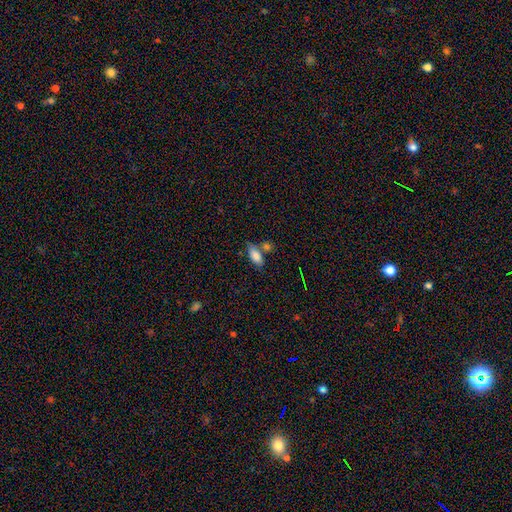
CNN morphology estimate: The model was most divided on "merging": none: 56%, merger: 23%, minor disturbance: 16%, major disturbance: 5%. More confident: how rounded — in between (86%); smooth or featured — smooth (84%).